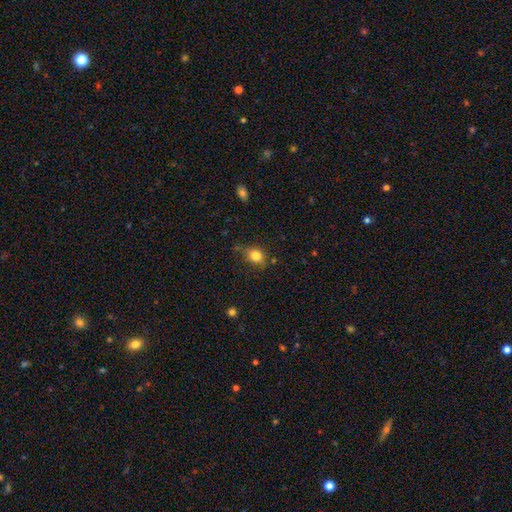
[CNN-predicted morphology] smooth-or-featured: smooth: 81% | star or artifact: 11% | featured or disk: 9%
  how-rounded: round: 51% | in between: 47% | cigar-shaped: 2%
  merging: none: 67% | minor disturbance: 24% | major disturbance: 6% | merger: 4%